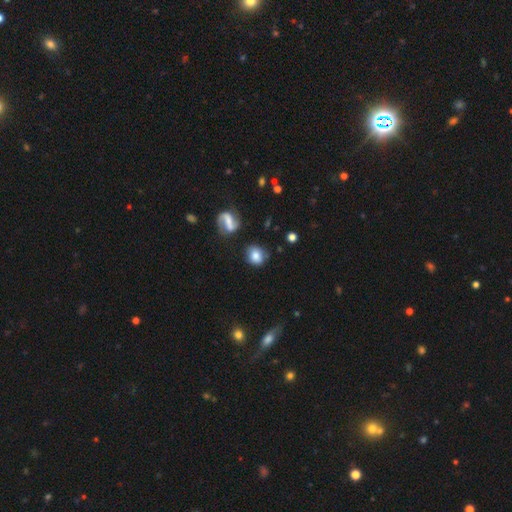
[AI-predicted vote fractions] Q: Smooth or featured?
A: smooth (73%); runner-up: featured or disk (17%)
Q: How rounded?
A: round (65%); runner-up: in between (33%)
Q: Merging?
A: none (69%); runner-up: minor disturbance (20%)